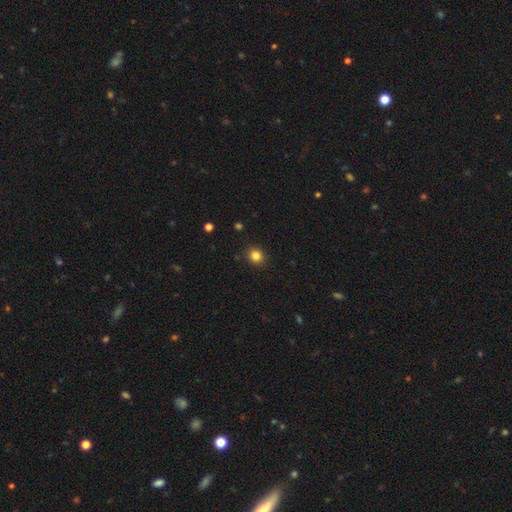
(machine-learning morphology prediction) Q: Smooth or featured?
A: smooth (83%); runner-up: star or artifact (12%)
Q: How rounded?
A: round (75%); runner-up: in between (25%)
Q: Merging?
A: none (90%); runner-up: minor disturbance (7%)